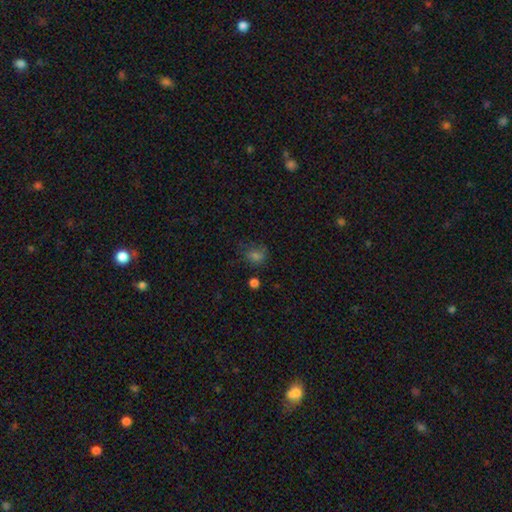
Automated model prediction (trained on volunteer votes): smooth-or-featured: smooth: 67% | star or artifact: 22% | featured or disk: 11%
  how-rounded: round: 66% | in between: 33% | cigar-shaped: 1%
  merging: none: 60% | minor disturbance: 23% | major disturbance: 13% | merger: 4%